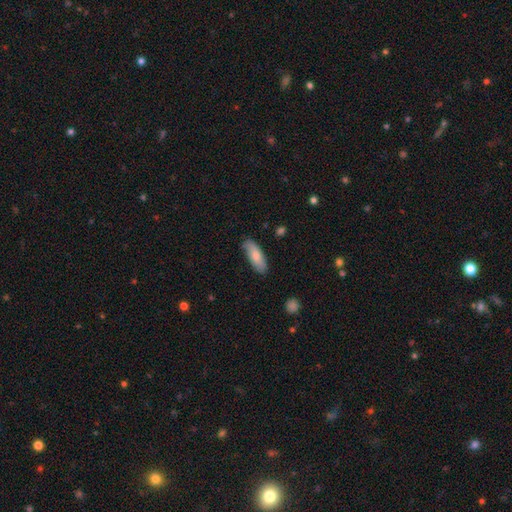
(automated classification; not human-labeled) This appears to be a smooth galaxy with no disk features (79%) that is in between round and cigar-shaped (69%). Merging: none (78%).